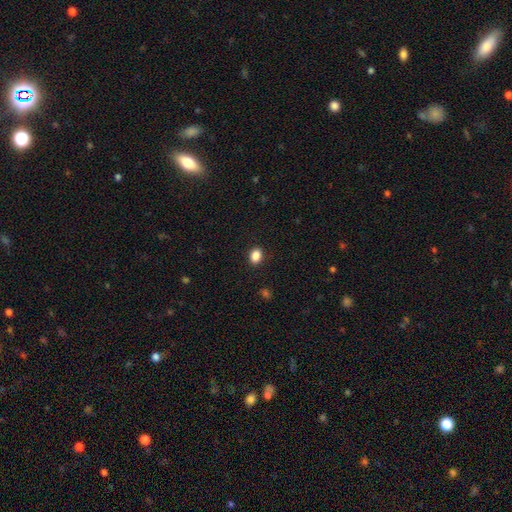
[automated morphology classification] A smooth galaxy with no disk features (87%) that is in between round and cigar-shaped (67%).

Vote fractions:
- Smooth or featured? smooth: 87% / star or artifact: 9% / featured or disk: 3%
- How rounded? in between: 67% / round: 32% / cigar-shaped: 1%
- Merging? none: 89% / minor disturbance: 7% / major disturbance: 2% / merger: 1%